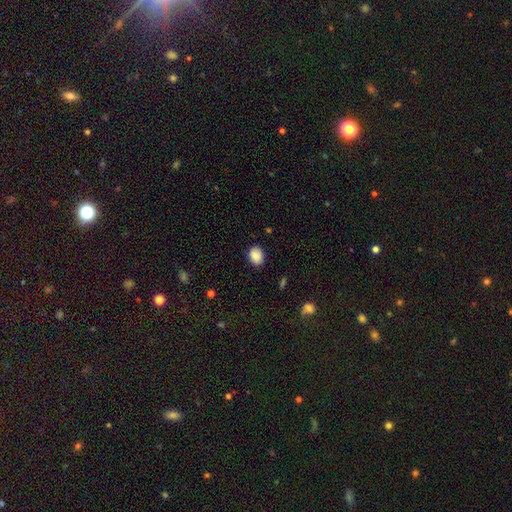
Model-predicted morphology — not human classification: The model was most divided on "how rounded": in between: 64%, round: 35%, cigar-shaped: 1%. More confident: smooth or featured — smooth (88%); merging — none (84%).